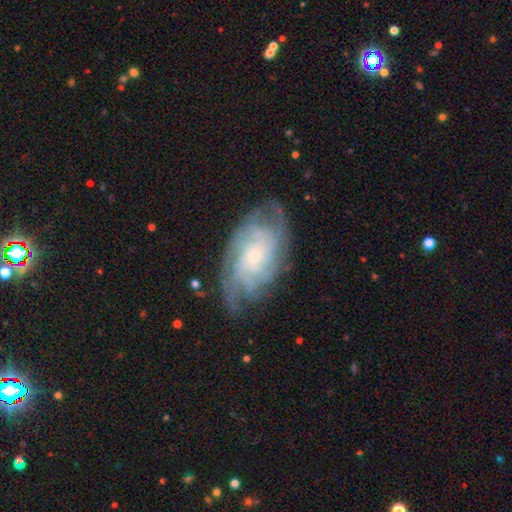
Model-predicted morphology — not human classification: A featured or disk galaxy (82%) with no bar (75%), tight (68%) spiral arms (95%) and a small central bulge (73%). Merging: none (75%).